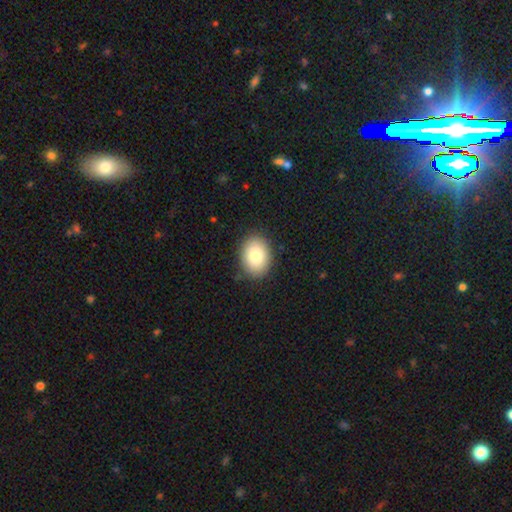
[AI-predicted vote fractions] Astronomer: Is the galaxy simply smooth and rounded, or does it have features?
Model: smooth — 83%.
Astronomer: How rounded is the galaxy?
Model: in between — 65%.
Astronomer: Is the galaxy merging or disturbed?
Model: none — 86%.